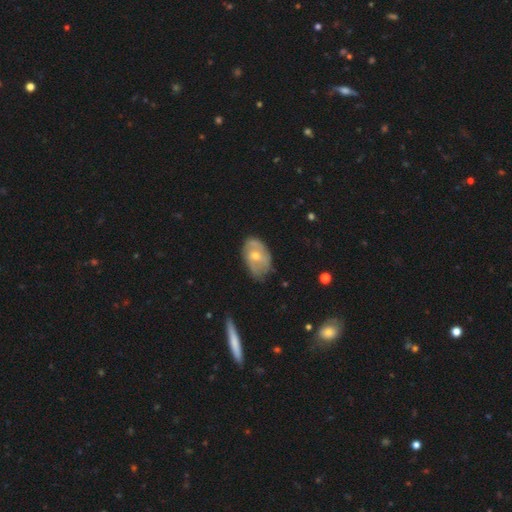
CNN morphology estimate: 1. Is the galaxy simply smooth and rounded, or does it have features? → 61% featured or disk, 32% smooth, 8% star or artifact.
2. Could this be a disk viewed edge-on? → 92% no, 8% yes.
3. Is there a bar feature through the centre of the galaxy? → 58% no, 33% weak, 9% strong.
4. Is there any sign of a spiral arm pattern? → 63% yes, 37% no.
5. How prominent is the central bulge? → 55% moderate, 41% small, 2% large, 1% none, 1% dominant.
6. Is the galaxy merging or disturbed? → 64% none, 27% minor disturbance, 7% major disturbance, 2% merger.